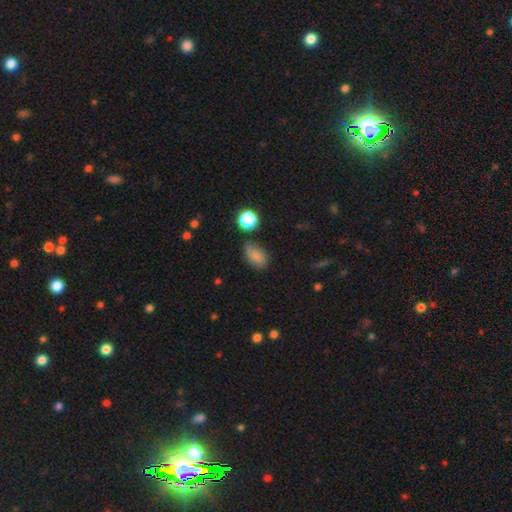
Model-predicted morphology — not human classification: A smooth galaxy with no disk features (78%) that is in between round and cigar-shaped (84%).

Vote fractions:
- Smooth or featured? smooth: 78% / star or artifact: 12% / featured or disk: 11%
- How rounded? in between: 84% / round: 14% / cigar-shaped: 2%
- Merging? none: 63% / minor disturbance: 26% / major disturbance: 7% / merger: 4%